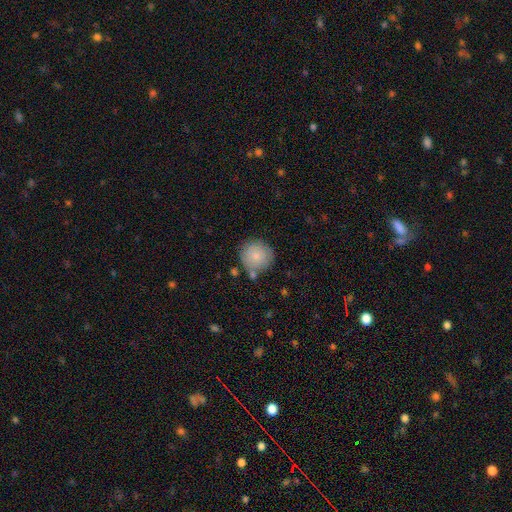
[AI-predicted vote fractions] A smooth galaxy with no disk features (83%) that is round (93%).

Vote fractions:
- Smooth or featured? smooth: 83% / featured or disk: 10% / star or artifact: 7%
- How rounded? round: 93% / in between: 6% / cigar-shaped: 1%
- Merging? none: 73% / minor disturbance: 15% / merger: 8% / major disturbance: 4%